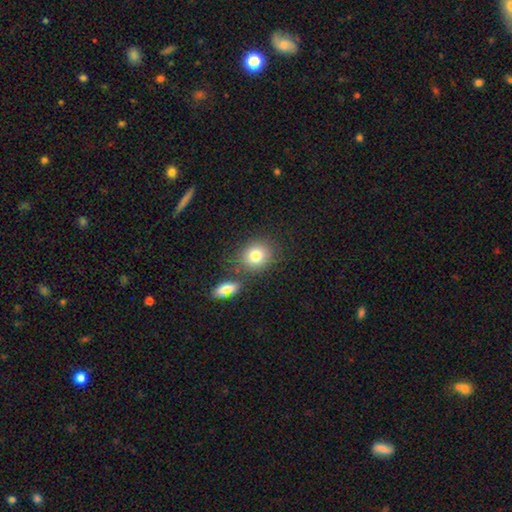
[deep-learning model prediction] A smooth galaxy with no disk features (81%) that is round (71%).

Vote fractions:
- Smooth or featured? smooth: 81% / star or artifact: 10% / featured or disk: 9%
- How rounded? round: 71% / in between: 28% / cigar-shaped: 1%
- Merging? none: 72% / merger: 13% / minor disturbance: 11% / major disturbance: 4%